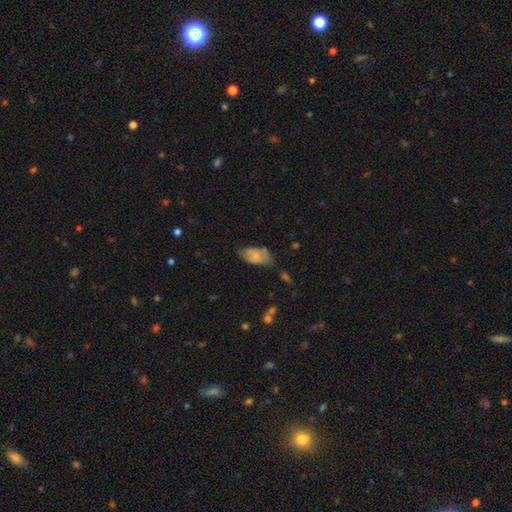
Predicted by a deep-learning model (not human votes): Overall: smooth (71%). How rounded: in between (93%). Merging: none (56%; minor disturbance 31%).